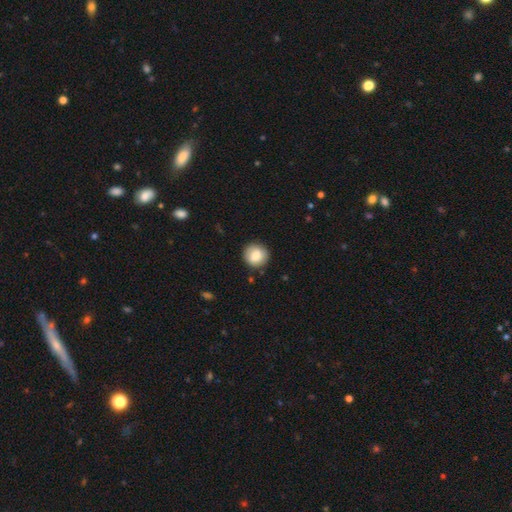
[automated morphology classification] smooth 79%, featured or disk 13%, star or artifact 7%. Down the decision tree: how rounded — round (91%); merging — none (86%).